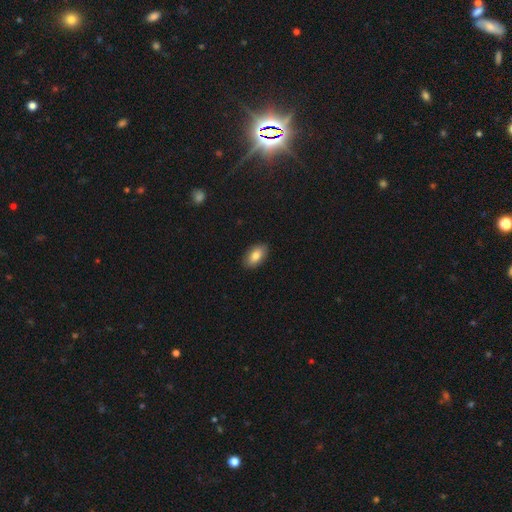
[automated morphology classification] smooth 83%, featured or disk 10%, star or artifact 7%. Down the decision tree: how rounded — in between (93%); merging — none (89%).